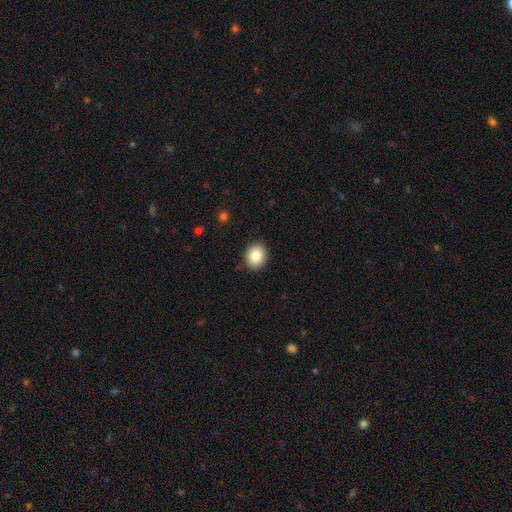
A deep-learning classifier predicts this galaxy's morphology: smooth-or-featured: smooth: 82% | star or artifact: 9% | featured or disk: 9%
  how-rounded: round: 69% | in between: 30% | cigar-shaped: 1%
  merging: none: 91% | minor disturbance: 7% | major disturbance: 2% | merger: 1%